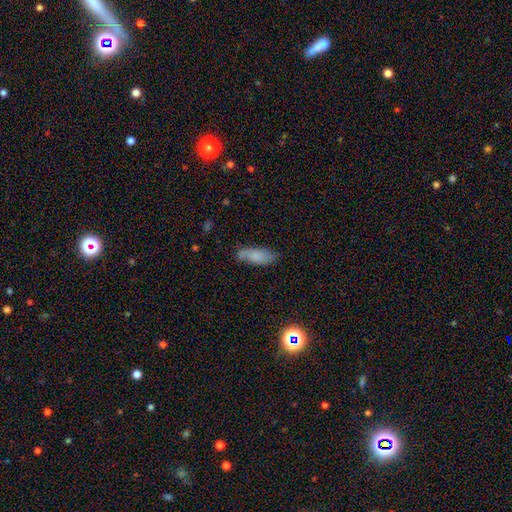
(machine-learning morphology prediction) smooth-or-featured: smooth: 73% | featured or disk: 18% | star or artifact: 9%
  how-rounded: in between: 75% | cigar-shaped: 23% | round: 2%
  merging: none: 68% | minor disturbance: 24% | major disturbance: 6% | merger: 3%